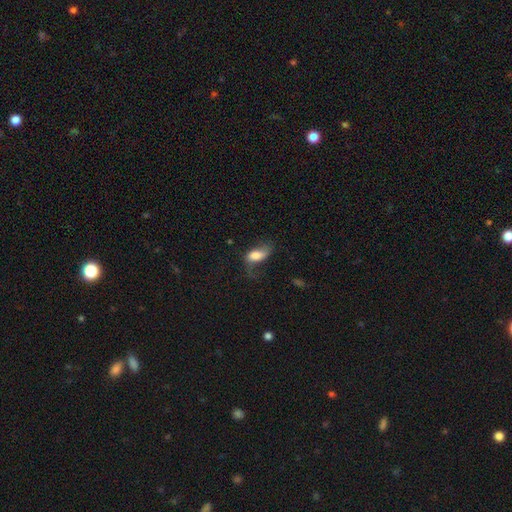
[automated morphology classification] This appears to be a smooth galaxy with no disk features (60%) that is in between round and cigar-shaped (86%). Merging: none (40%).